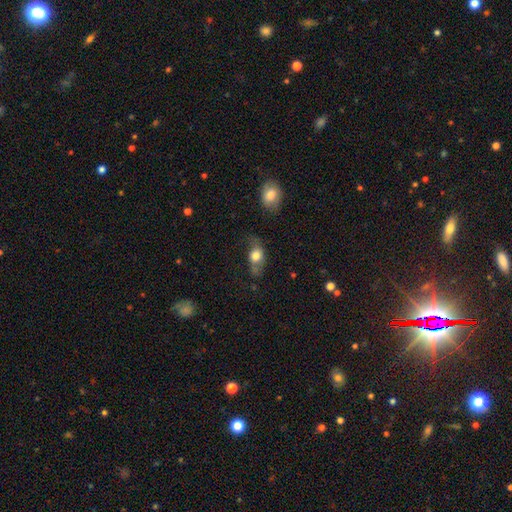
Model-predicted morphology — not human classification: This appears to be a smooth galaxy with no disk features (68%) that is in between round and cigar-shaped (71%). Merging: none (47%).